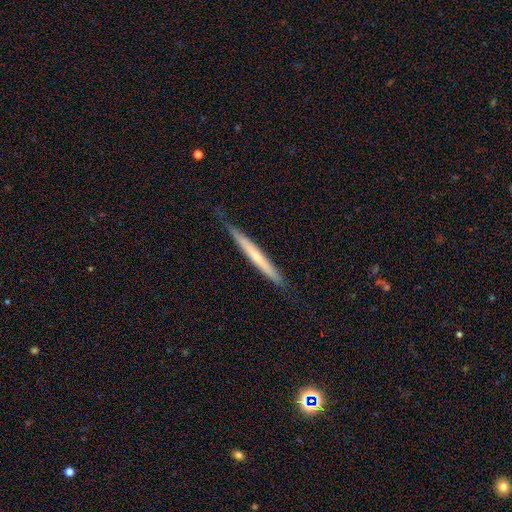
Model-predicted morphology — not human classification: The model was most divided on "edge-on bulge": none: 53%, rounded: 43%, boxy: 3%. More confident: edge-on disk — yes (94%); merging — none (80%); smooth or featured — featured or disk (54%).